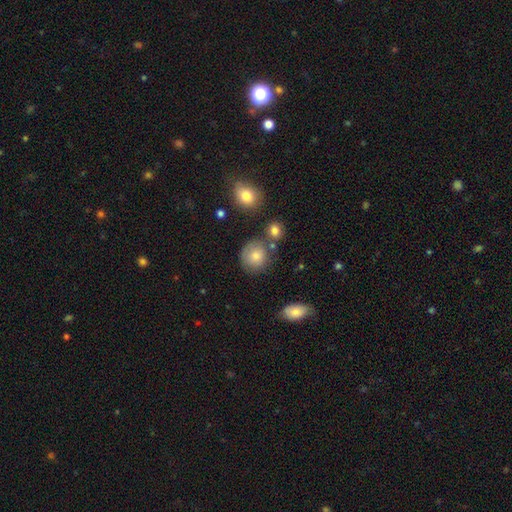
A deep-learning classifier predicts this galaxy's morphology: Overall: smooth (74%). How rounded: round (82%). Merging: none (69%).